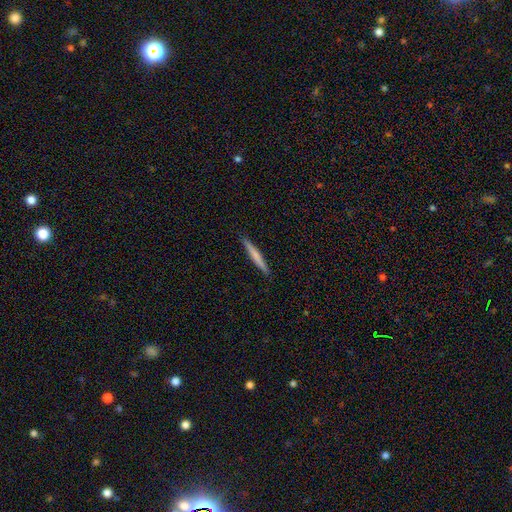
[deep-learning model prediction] Q: Smooth or featured?
A: smooth (66%); runner-up: featured or disk (29%)
Q: How rounded?
A: cigar-shaped (96%); runner-up: in between (3%)
Q: Merging?
A: none (91%); runner-up: minor disturbance (7%)